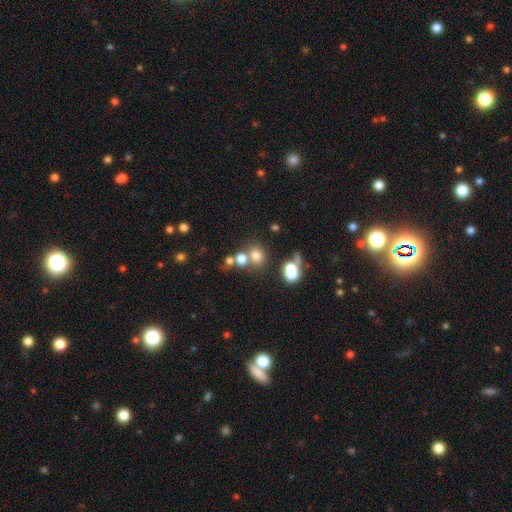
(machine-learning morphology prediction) type=smooth (70%); roundness=round (74%); merging=none (54%).